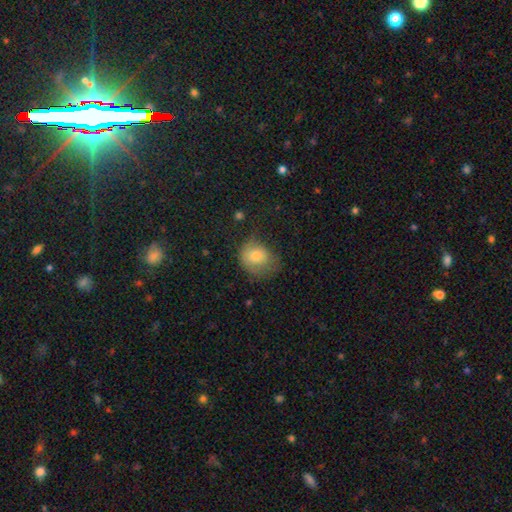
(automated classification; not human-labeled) Overall: smooth (75%). How rounded: round (60%; in between 39%). Merging: none (42%; minor disturbance 33%).